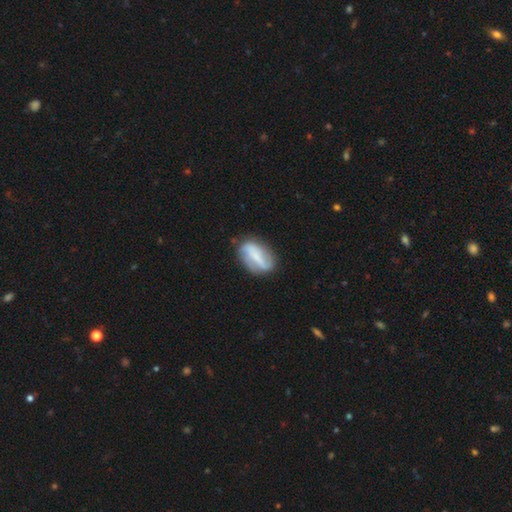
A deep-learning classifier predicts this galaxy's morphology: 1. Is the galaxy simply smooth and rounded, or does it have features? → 57% featured or disk, 36% smooth, 7% star or artifact.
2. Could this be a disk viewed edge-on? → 93% no, 7% yes.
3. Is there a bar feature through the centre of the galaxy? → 55% strong, 28% weak, 17% no.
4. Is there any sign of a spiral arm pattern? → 74% yes, 26% no.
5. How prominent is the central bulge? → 44% small, 31% none, 19% moderate, 5% large, 2% dominant.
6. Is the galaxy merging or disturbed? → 70% none, 21% minor disturbance, 7% major disturbance, 2% merger.